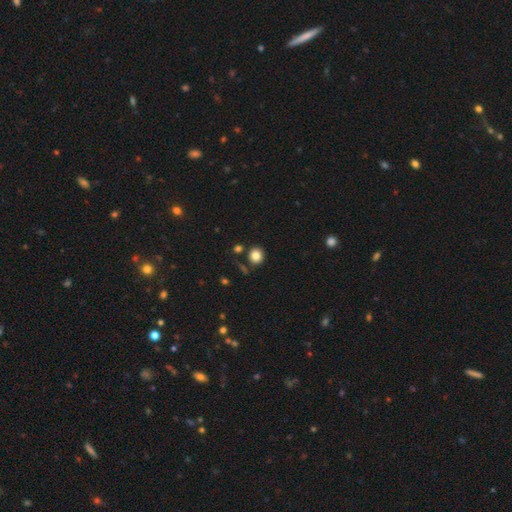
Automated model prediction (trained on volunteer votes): Overall: smooth (83%). How rounded: round (82%). Merging: none (83%).